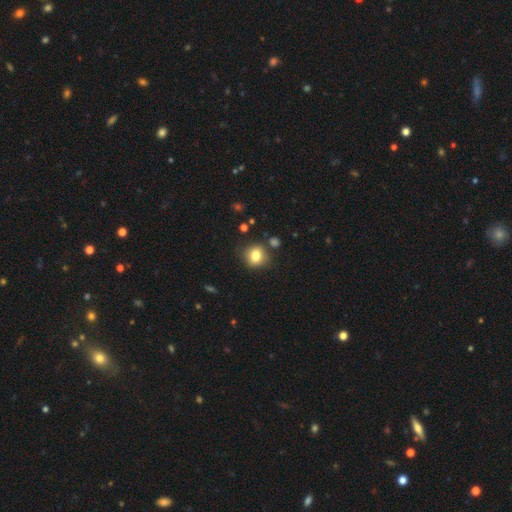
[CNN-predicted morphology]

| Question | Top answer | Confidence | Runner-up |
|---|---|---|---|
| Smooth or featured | smooth | 80% | star or artifact (11%) |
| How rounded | round | 78% | in between (21%) |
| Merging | none | 80% | minor disturbance (12%) |